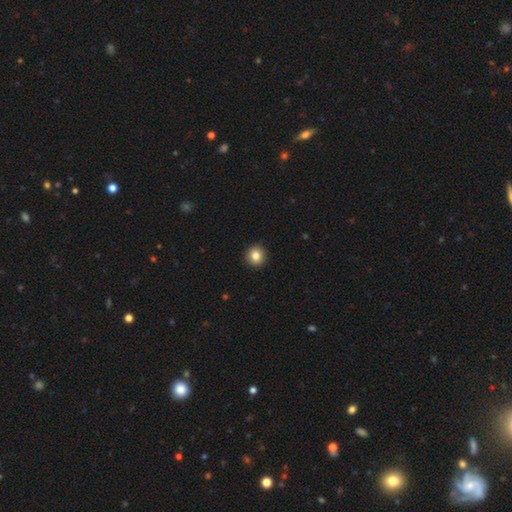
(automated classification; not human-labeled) Overall: smooth (83%). How rounded: round (94%). Merging: none (93%).